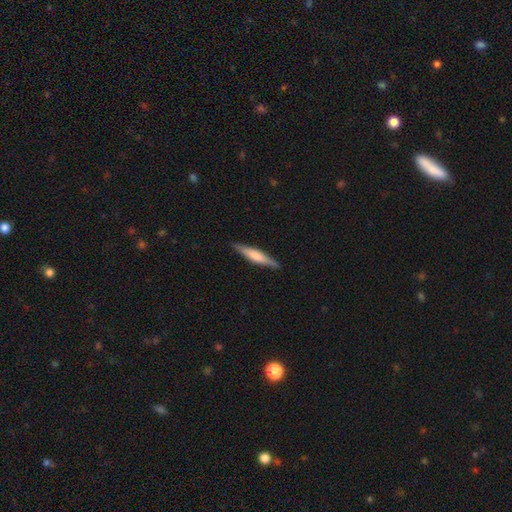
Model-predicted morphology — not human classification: smooth_or_featured: smooth (p=0.49) [alt: featured or disk p=0.46]
merging: none (p=0.89) [alt: minor disturbance p=0.08]